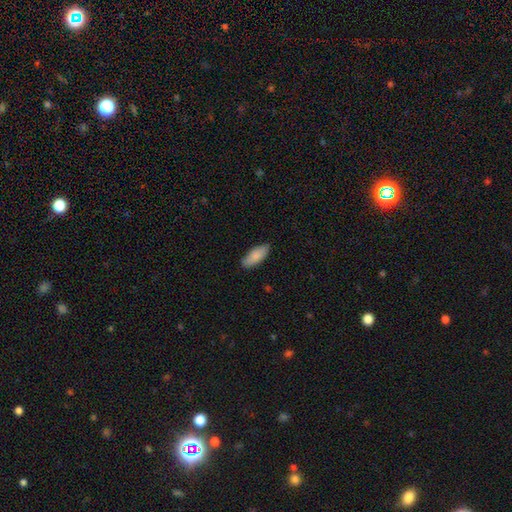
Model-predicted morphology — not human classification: This is clearly a smooth galaxy (86%). How rounded: likely in between (78%). Merging: clearly none (86%).